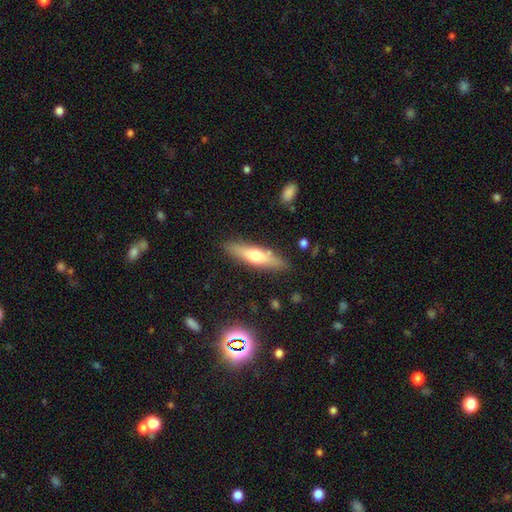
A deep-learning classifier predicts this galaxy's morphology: This appears to be a smooth galaxy with no disk features (51%) that is cigar-shaped (75%). Merging: none (84%).